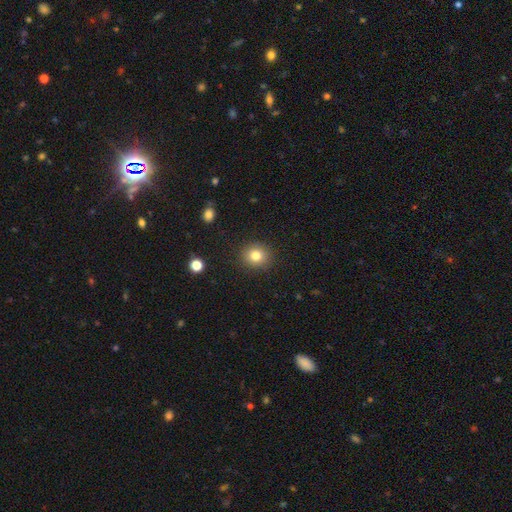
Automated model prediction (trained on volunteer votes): Overall: smooth (81%). How rounded: round (85%). Merging: none (90%).